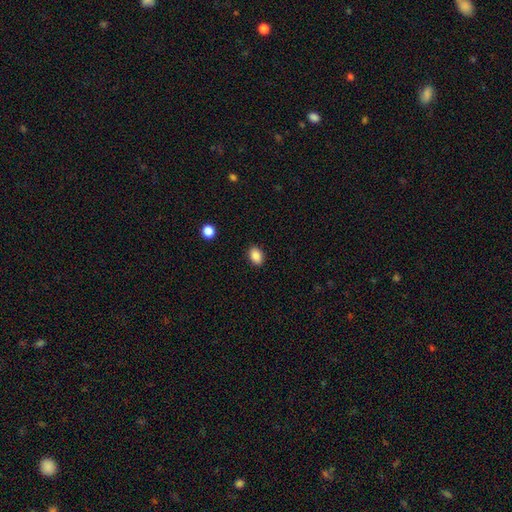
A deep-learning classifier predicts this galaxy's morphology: Overall: smooth (88%). How rounded: in between (81%). Merging: none (89%).